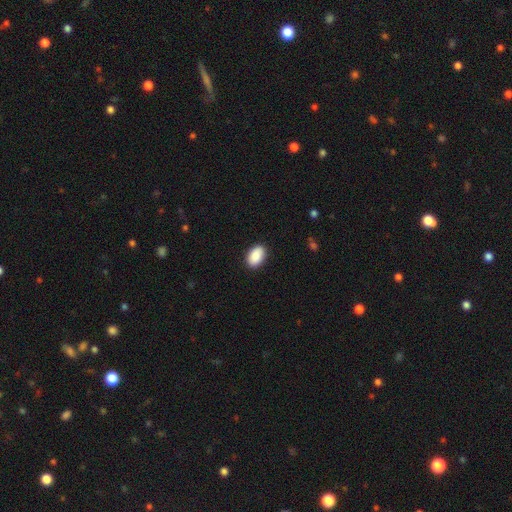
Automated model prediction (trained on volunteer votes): This appears to be a smooth galaxy with no disk features (90%) that is in between round and cigar-shaped (91%). Merging: none (88%).